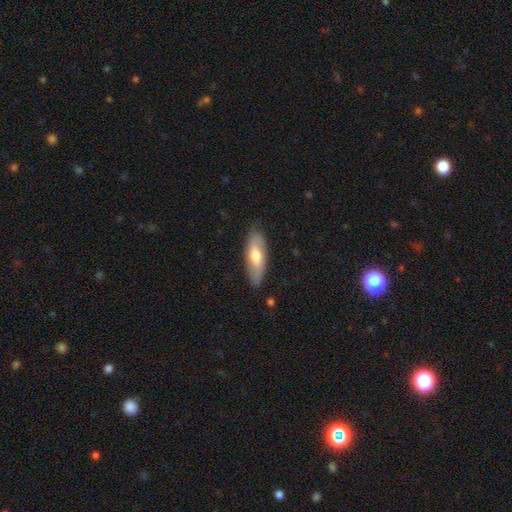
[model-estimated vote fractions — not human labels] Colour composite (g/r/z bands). It shows a smooth galaxy with no disk features (59%) that is in between round and cigar-shaped (68%). Merging: none (80%).